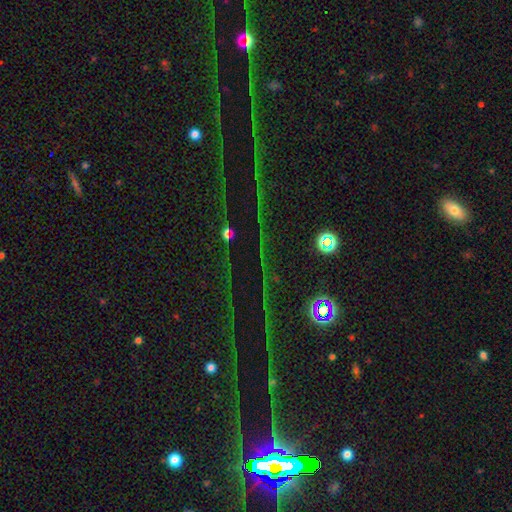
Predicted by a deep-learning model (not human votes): A star or artifact, not a galaxy (76%).

Vote fractions:
- Smooth or featured? star or artifact: 76% / featured or disk: 13% / smooth: 12%